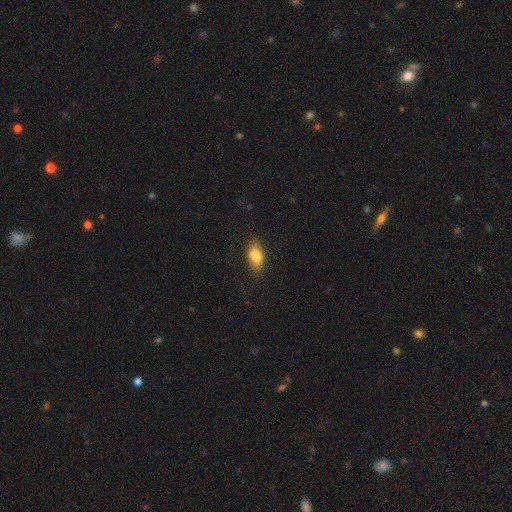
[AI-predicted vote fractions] This appears to be a smooth galaxy with no disk features (81%) that is in between round and cigar-shaped (85%). Merging: none (83%).